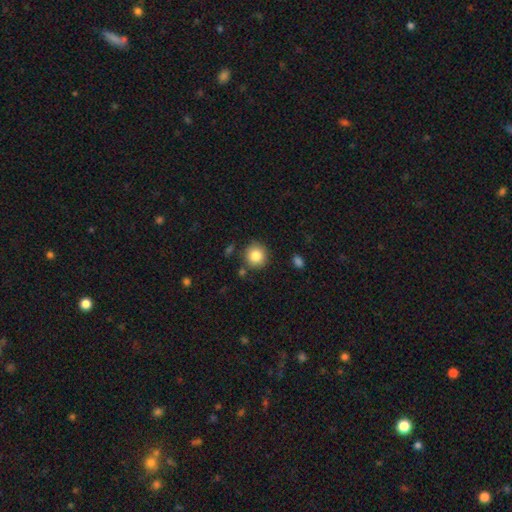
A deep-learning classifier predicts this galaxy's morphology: Smooth or featured? smooth (85%)
How rounded? round (92%)
Merging? none (83%)